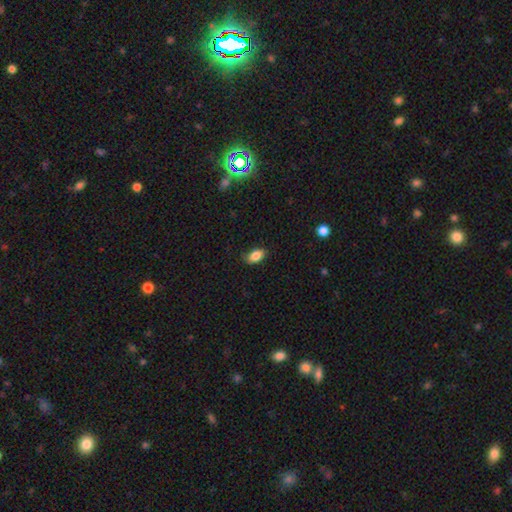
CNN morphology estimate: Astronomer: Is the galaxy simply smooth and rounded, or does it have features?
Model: smooth — 85%.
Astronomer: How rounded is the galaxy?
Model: in between — 90%.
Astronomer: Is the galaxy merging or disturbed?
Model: none — 77%.